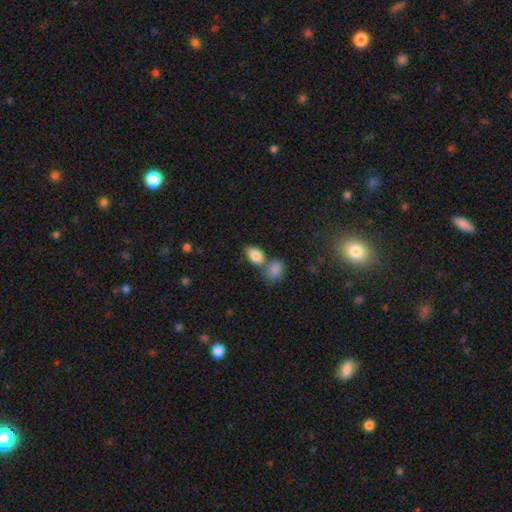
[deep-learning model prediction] Smooth or featured? smooth (85%)
How rounded? in between (89%)
Merging? merger (43%)